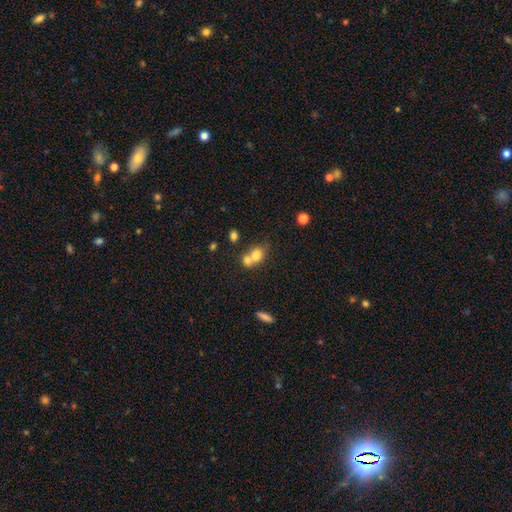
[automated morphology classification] smooth_or_featured: smooth (p=0.73) [alt: featured or disk p=0.16]
how_rounded: round (p=0.53) [alt: in between p=0.46]
merging: merger (p=0.63) [alt: none p=0.27]